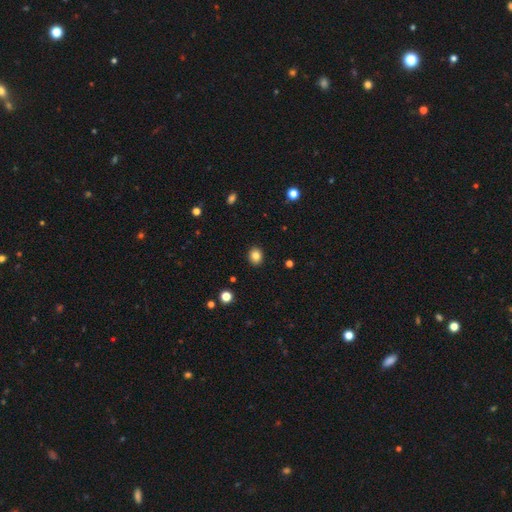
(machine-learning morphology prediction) Q: Smooth or featured?
A: smooth (83%); runner-up: star or artifact (11%)
Q: How rounded?
A: round (66%); runner-up: in between (34%)
Q: Merging?
A: none (91%); runner-up: minor disturbance (6%)